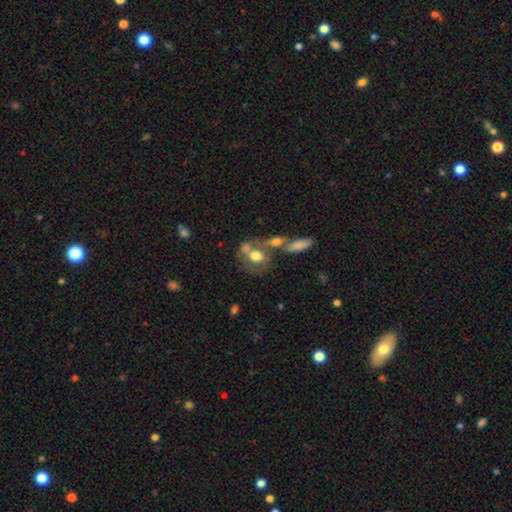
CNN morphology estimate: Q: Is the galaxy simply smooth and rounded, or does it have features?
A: smooth — 55%.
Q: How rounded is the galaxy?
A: in between — 55%.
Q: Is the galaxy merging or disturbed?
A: merger — 45%.